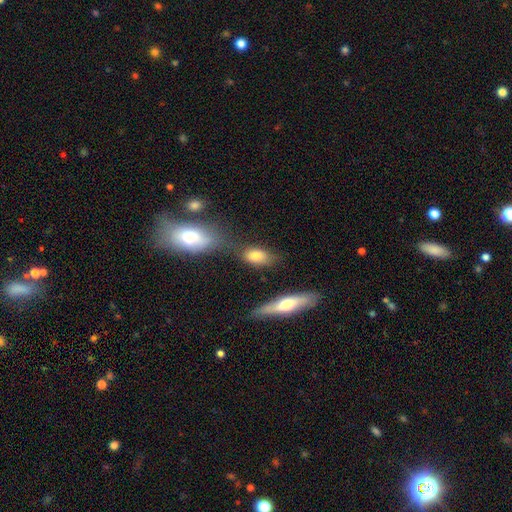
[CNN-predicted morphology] smooth 78%, featured or disk 14%, star or artifact 9%. Down the decision tree: how rounded — in between (84%); merging — none (64%).